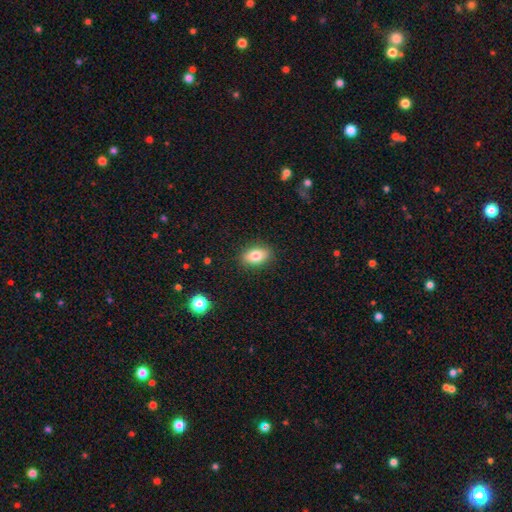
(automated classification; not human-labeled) smooth-or-featured: smooth: 81% | featured or disk: 11% | star or artifact: 8%
  how-rounded: in between: 87% | round: 11% | cigar-shaped: 3%
  merging: none: 88% | minor disturbance: 9% | major disturbance: 2% | merger: 1%